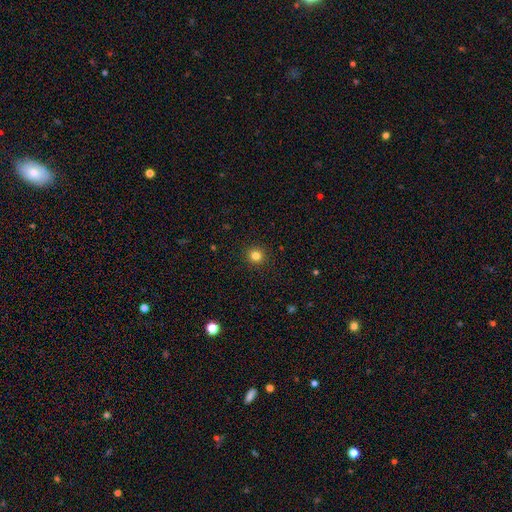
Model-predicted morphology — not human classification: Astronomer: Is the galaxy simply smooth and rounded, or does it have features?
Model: smooth — 83%.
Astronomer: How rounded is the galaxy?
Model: round — 94%.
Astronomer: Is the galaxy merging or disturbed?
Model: none — 92%.